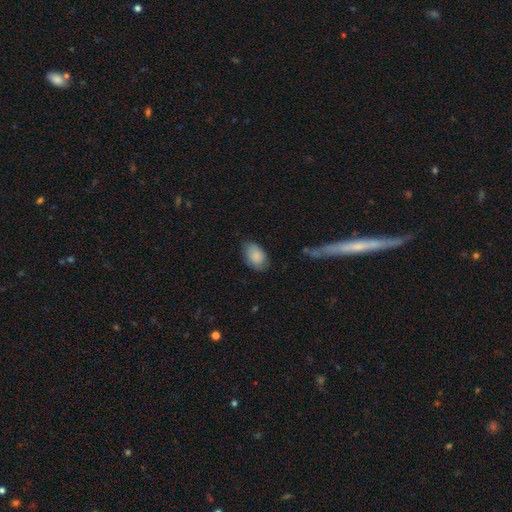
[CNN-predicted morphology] The model was most divided on "merging": none: 68%, minor disturbance: 25%, major disturbance: 5%, merger: 2%. More confident: how rounded — in between (90%); smooth or featured — smooth (85%).